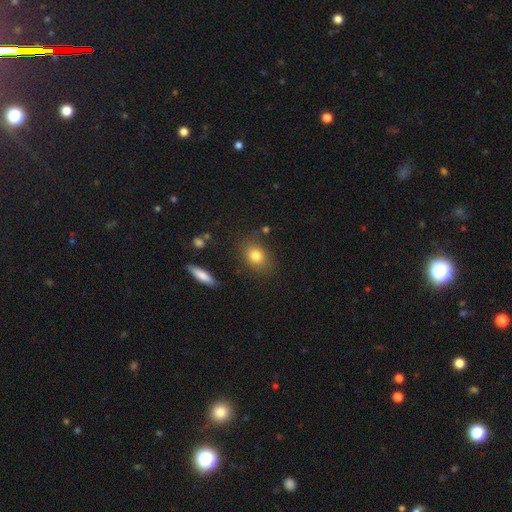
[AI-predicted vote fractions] Smooth or featured?
  - smooth: 80% *
  - star or artifact: 10%
  - featured or disk: 10%
How rounded?
  - in between: 55% *
  - round: 42%
  - cigar-shaped: 2%
Merging?
  - none: 82% *
  - minor disturbance: 12%
  - major disturbance: 4%
  - merger: 3%